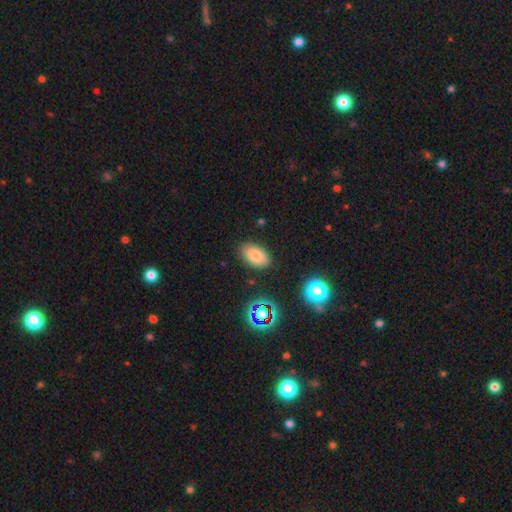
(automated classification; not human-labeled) smooth 80%, star or artifact 11%, featured or disk 9%. Down the decision tree: how rounded — in between (91%); merging — none (84%).